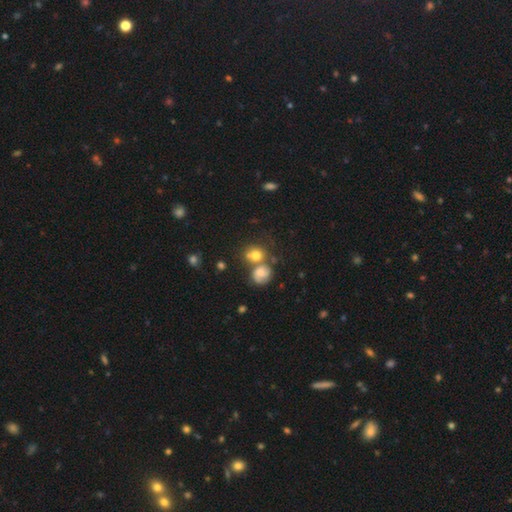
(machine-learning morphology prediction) Overall: smooth (69%). How rounded: round (71%). Merging: none (41%; merger 40%).